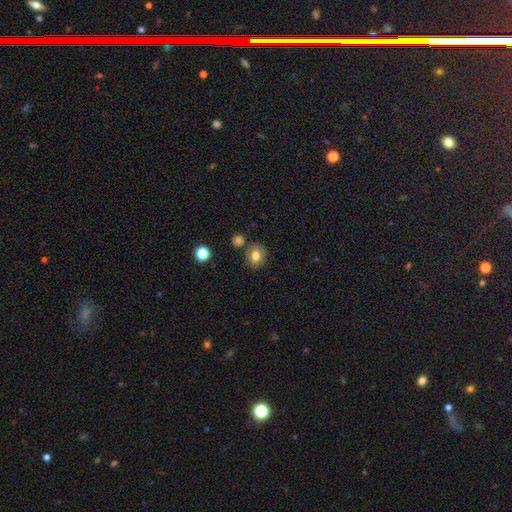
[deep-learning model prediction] A smooth galaxy with no disk features (73%) that is round (68%). Merging: none (77%).